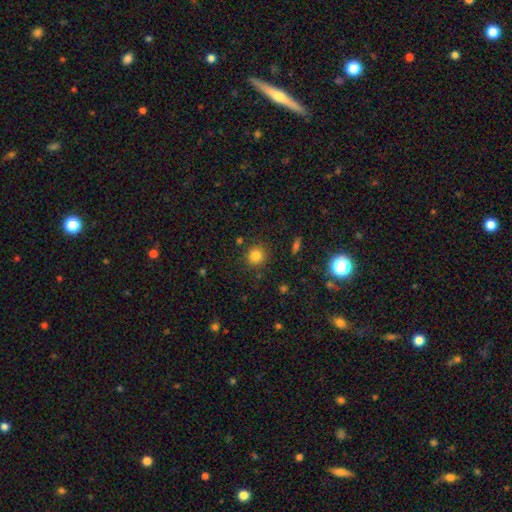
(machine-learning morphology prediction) smooth_or_featured: smooth (p=0.82) [alt: star or artifact p=0.13]
how_rounded: round (p=0.91) [alt: in between p=0.08]
merging: none (p=0.88) [alt: minor disturbance p=0.07]